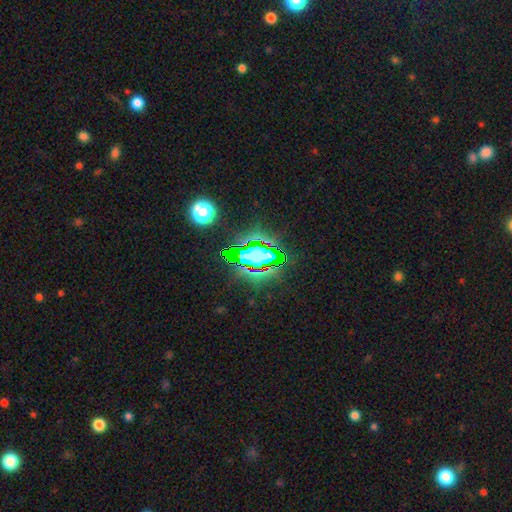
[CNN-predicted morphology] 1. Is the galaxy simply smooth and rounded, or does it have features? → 65% star or artifact, 21% smooth, 14% featured or disk.